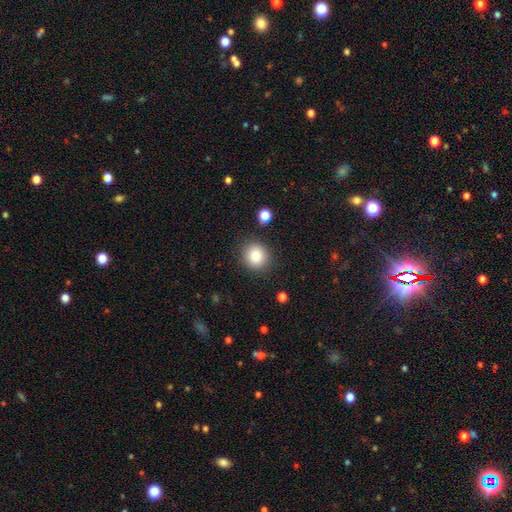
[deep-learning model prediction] Smooth or featured? smooth (85%)
How rounded? round (86%)
Merging? none (87%)